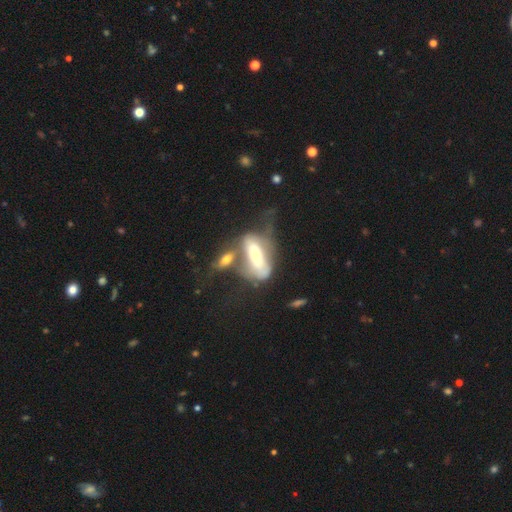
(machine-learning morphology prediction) A featured or disk galaxy (47%). Merging: merger (40%).